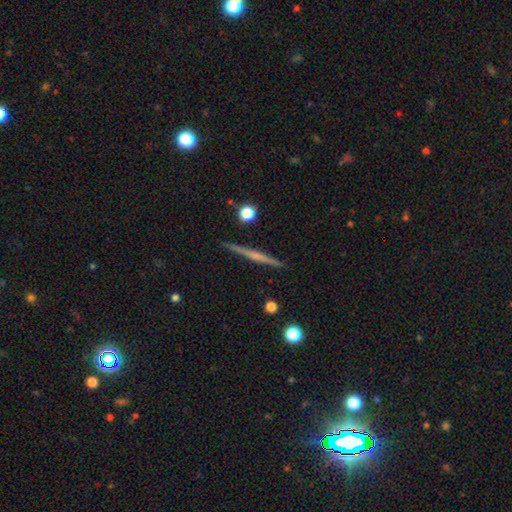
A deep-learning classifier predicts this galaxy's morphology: Q: Smooth or featured?
A: featured or disk (64%); runner-up: smooth (29%)
Q: Edge-on disk?
A: yes (98%); runner-up: no (2%)
Q: Edge-on bulge?
A: none (53%); runner-up: rounded (38%)
Q: Merging?
A: none (92%); runner-up: minor disturbance (6%)